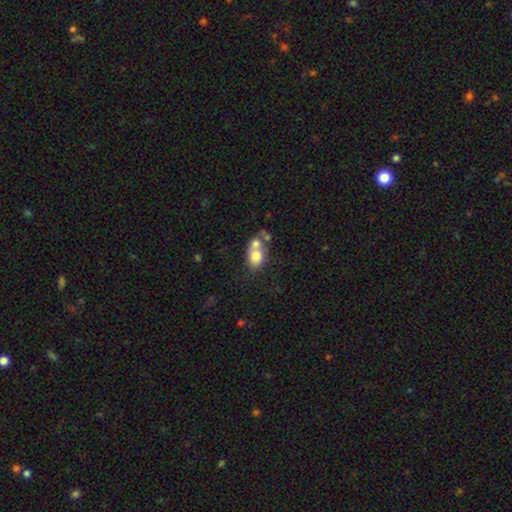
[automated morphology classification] type=smooth (72%); roundness=in between (54%); merging=merger (53%).